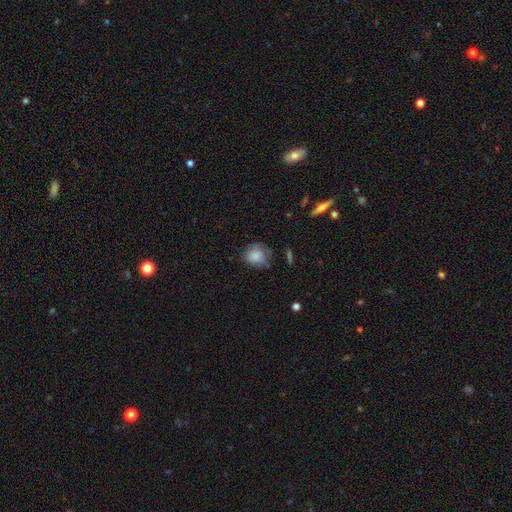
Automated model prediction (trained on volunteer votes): smooth 82%, featured or disk 10%, star or artifact 8%. Down the decision tree: how rounded — round (75%); merging — none (62%).